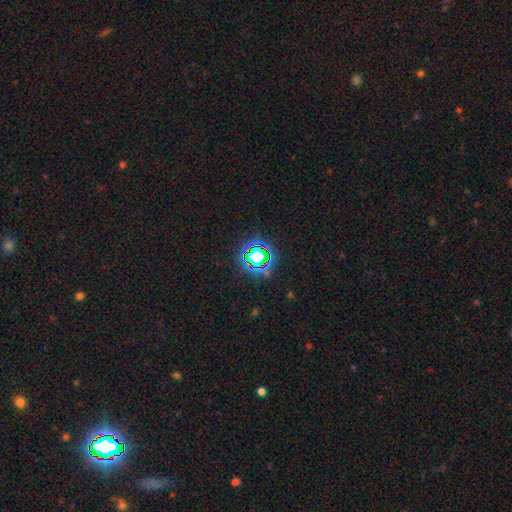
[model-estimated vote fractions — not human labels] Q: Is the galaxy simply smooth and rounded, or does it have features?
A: star or artifact — 69%.